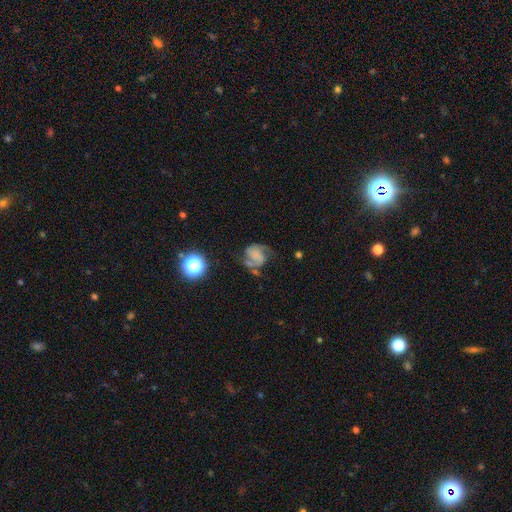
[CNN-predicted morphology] Smooth or featured? featured or disk (69%)
Edge-on disk? no (98%)
Bar? no (62%)
Spiral arms? yes (91%)
Spiral winding? medium (45%)
Spiral arm count? 2 (86%)
Bulge size? none (66%)
Merging? none (52%)